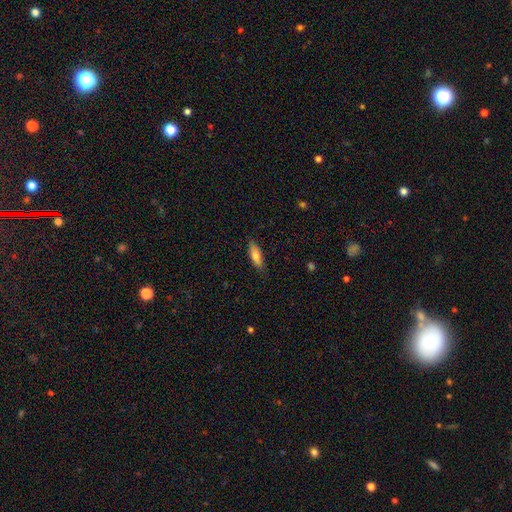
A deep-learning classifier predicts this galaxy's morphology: type=smooth (78%); roundness=in between (63%); merging=none (83%).